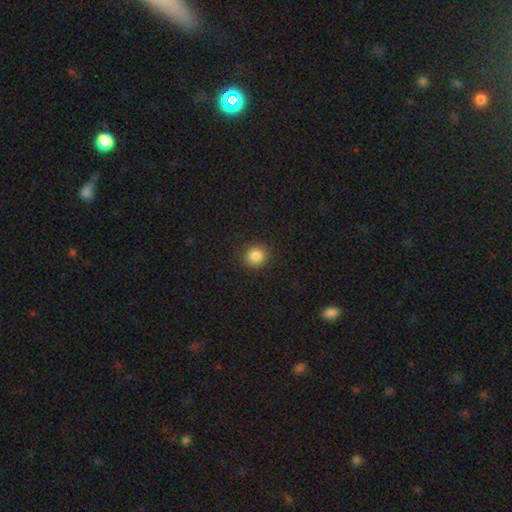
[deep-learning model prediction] The model was most divided on "smooth or featured": smooth: 85%, star or artifact: 11%, featured or disk: 4%. More confident: merging — none (91%); how rounded — round (90%).